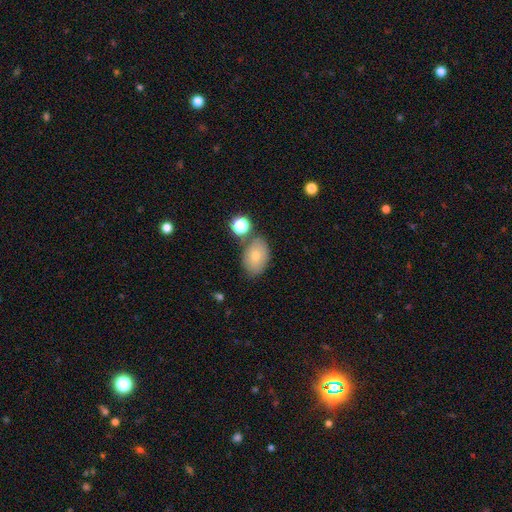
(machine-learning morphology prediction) Smooth or featured? Predicted: smooth (p=0.69). How rounded? Predicted: in between (p=0.83). Merging? Predicted: none (p=0.66).